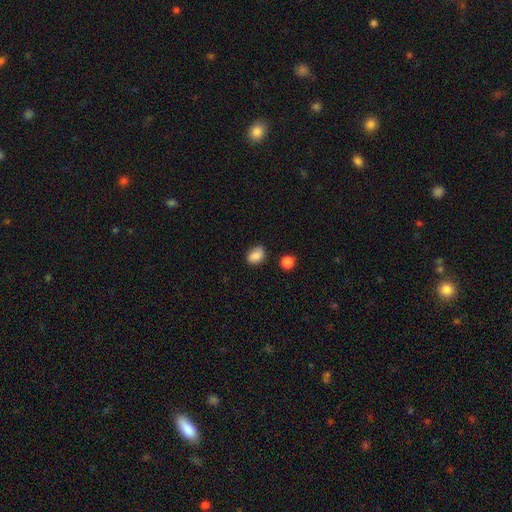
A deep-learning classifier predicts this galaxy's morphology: smooth_or_featured: smooth (p=0.85) [alt: star or artifact p=0.09]
how_rounded: in between (p=0.69) [alt: round p=0.30]
merging: none (p=0.70) [alt: minor disturbance p=0.23]